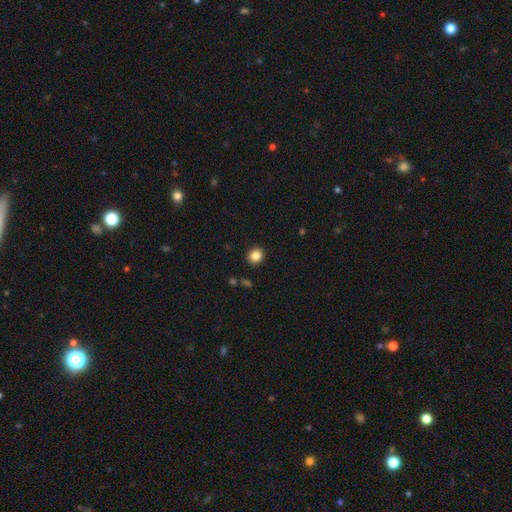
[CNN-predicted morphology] This appears to be a smooth galaxy with no disk features (84%) that is round (83%). Merging: none (91%).